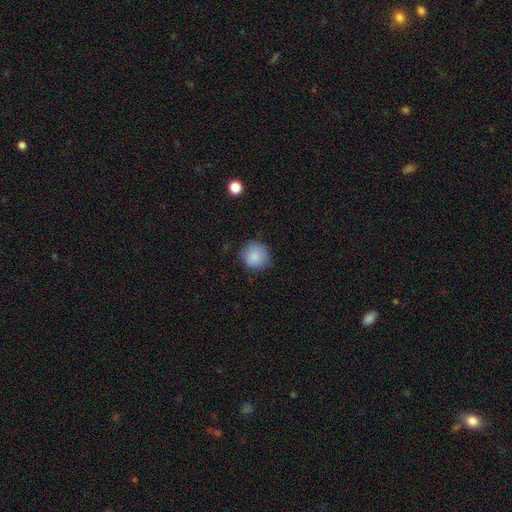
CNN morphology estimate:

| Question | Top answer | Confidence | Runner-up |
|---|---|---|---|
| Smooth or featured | smooth | 86% | star or artifact (8%) |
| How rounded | round | 91% | in between (8%) |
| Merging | none | 79% | minor disturbance (16%) |